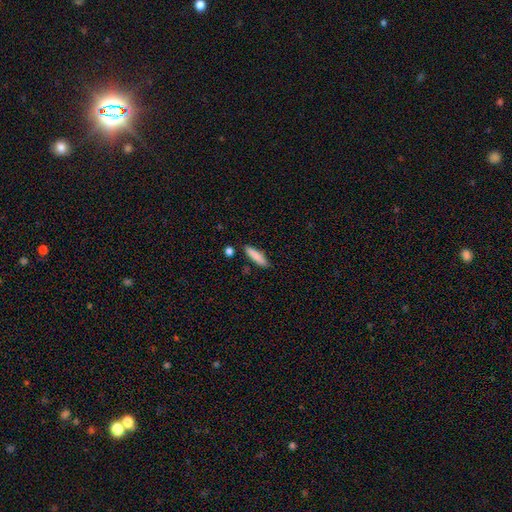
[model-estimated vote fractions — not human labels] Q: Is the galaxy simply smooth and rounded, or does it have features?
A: smooth — 85%.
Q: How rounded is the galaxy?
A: cigar-shaped — 79%.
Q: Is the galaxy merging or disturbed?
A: none — 85%.